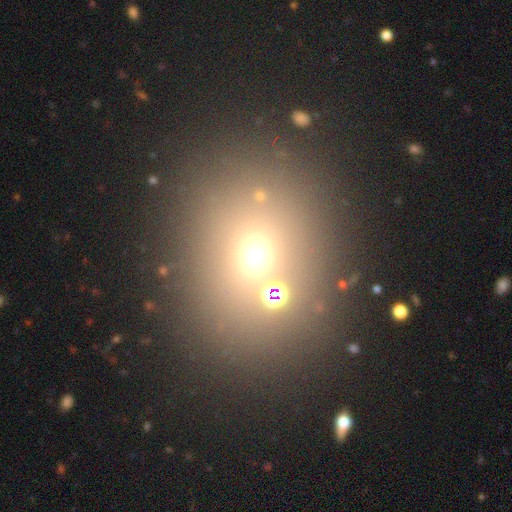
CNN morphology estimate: A smooth galaxy with no disk features (58%) that is round (65%).

Vote fractions:
- Smooth or featured? smooth: 58% / star or artifact: 29% / featured or disk: 13%
- How rounded? round: 65% / in between: 34% / cigar-shaped: 1%
- Merging? none: 72% / merger: 14% / minor disturbance: 9% / major disturbance: 5%